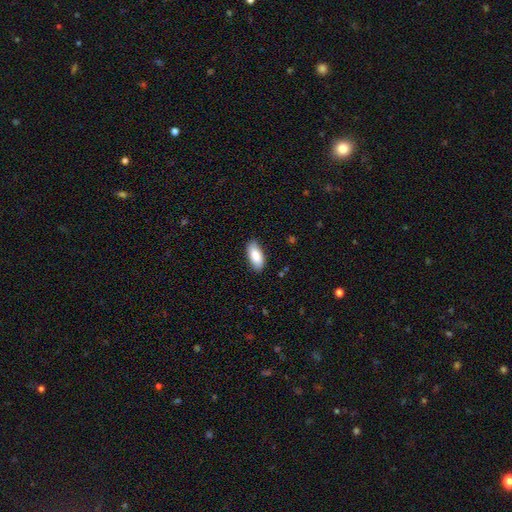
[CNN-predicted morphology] Q: Smooth or featured?
A: smooth (83%); runner-up: featured or disk (11%)
Q: How rounded?
A: in between (89%); runner-up: cigar-shaped (9%)
Q: Merging?
A: none (85%); runner-up: minor disturbance (12%)